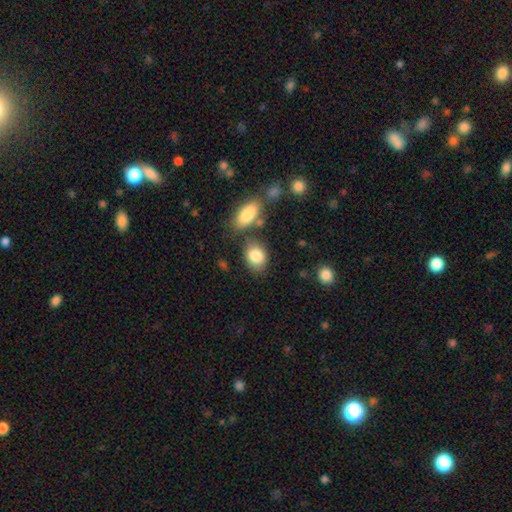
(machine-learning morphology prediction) The model was most divided on "how rounded": in between: 67%, round: 31%, cigar-shaped: 1%. More confident: smooth or featured — smooth (85%); merging — none (66%).